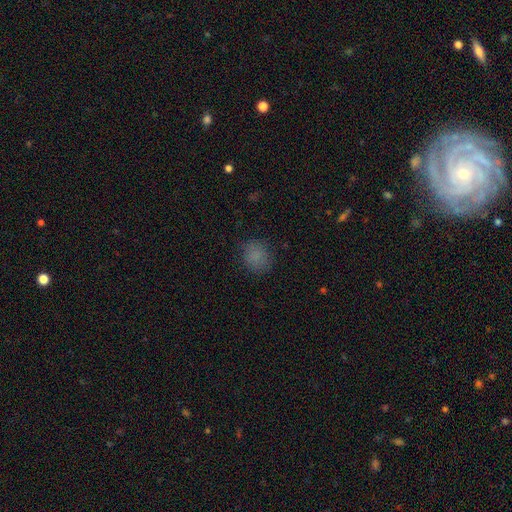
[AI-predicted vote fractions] A smooth galaxy with no disk features (80%) that is round (77%).

Vote fractions:
- Smooth or featured? smooth: 80% / star or artifact: 14% / featured or disk: 6%
- How rounded? round: 77% / in between: 22% / cigar-shaped: 1%
- Merging? none: 81% / minor disturbance: 14% / major disturbance: 4% / merger: 1%